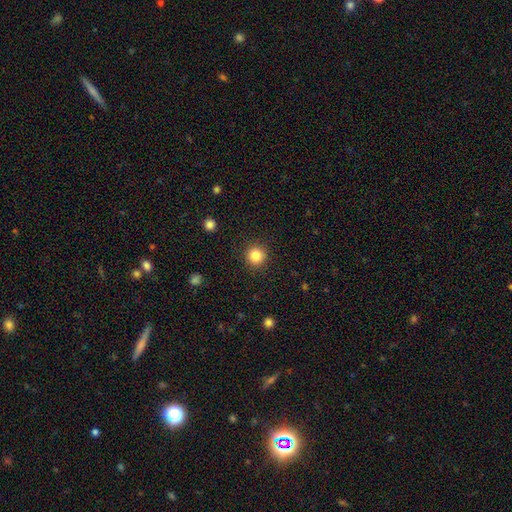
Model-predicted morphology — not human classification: smooth_or_featured: smooth (p=0.84) [alt: star or artifact p=0.11]
how_rounded: round (p=0.94) [alt: in between p=0.05]
merging: none (p=0.91) [alt: minor disturbance p=0.06]